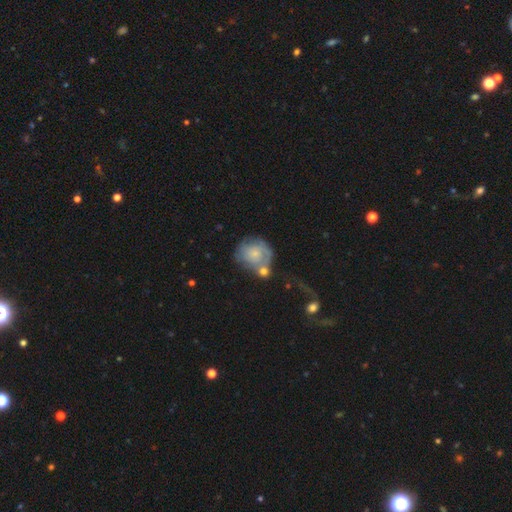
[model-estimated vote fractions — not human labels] Smooth or featured?
  - smooth: 44% *
  - featured or disk: 40%
  - star or artifact: 16%
Merging?
  - none: 51% *
  - merger: 22%
  - minor disturbance: 17%
  - major disturbance: 10%